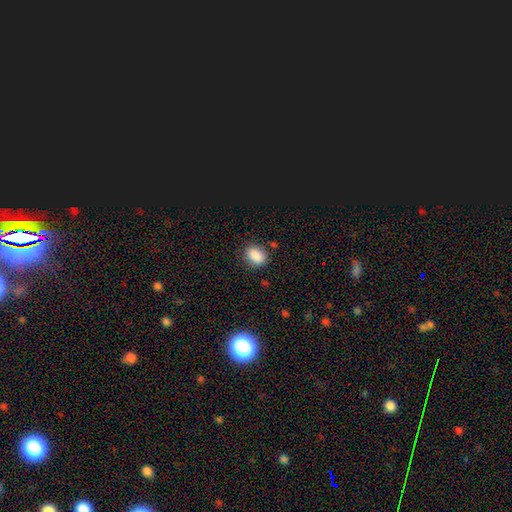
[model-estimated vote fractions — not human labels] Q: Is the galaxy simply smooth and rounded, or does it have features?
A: smooth — 87%.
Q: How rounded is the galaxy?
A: in between — 72%.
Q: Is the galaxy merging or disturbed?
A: none — 80%.